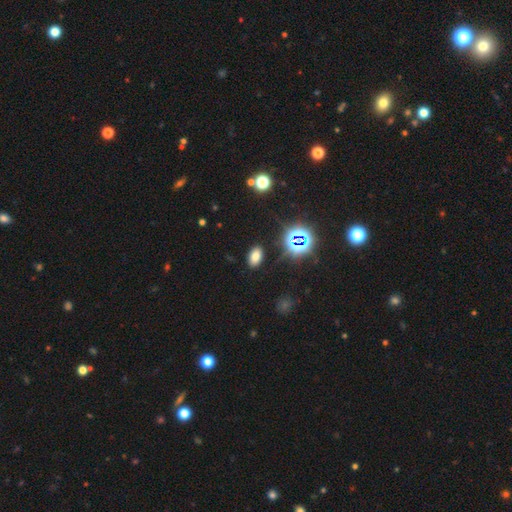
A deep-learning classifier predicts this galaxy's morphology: Smooth or featured? smooth (69%)
How rounded? in between (89%)
Merging? none (87%)